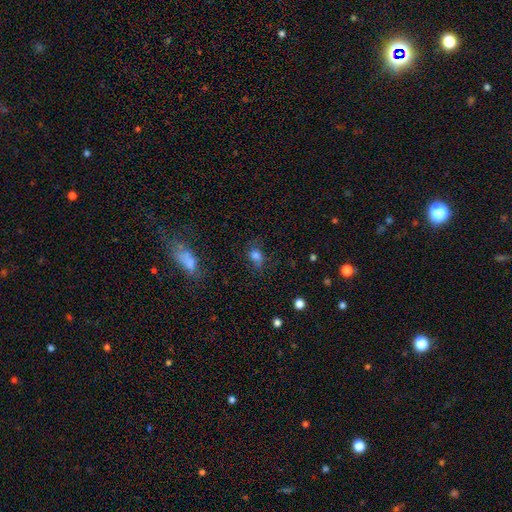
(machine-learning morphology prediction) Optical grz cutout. It shows a smooth galaxy with no disk features (70%) that is in between round and cigar-shaped (51%). Merging: none (55%).